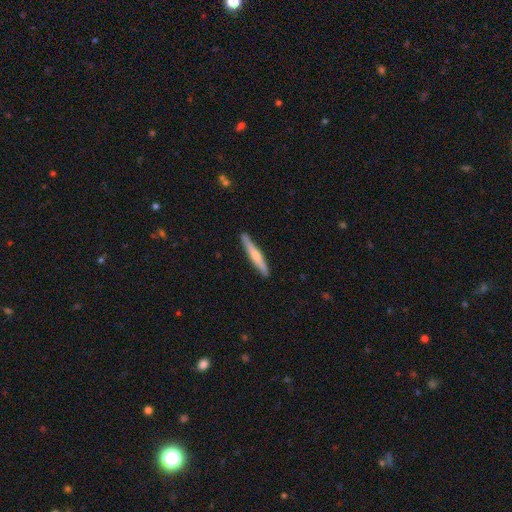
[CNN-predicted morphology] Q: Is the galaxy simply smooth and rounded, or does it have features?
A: smooth — 51%.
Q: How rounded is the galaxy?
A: cigar-shaped — 94%.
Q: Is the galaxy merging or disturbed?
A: none — 88%.